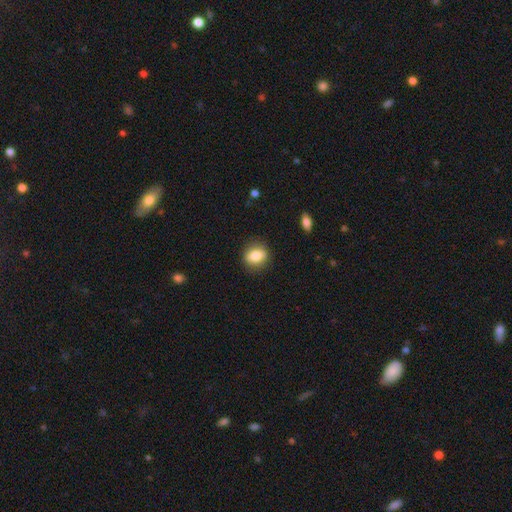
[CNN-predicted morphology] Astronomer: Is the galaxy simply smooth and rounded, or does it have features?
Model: smooth — 80%.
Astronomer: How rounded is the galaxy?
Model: round — 56% (runner-up: in between, 42%).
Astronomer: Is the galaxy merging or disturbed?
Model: none — 86%.